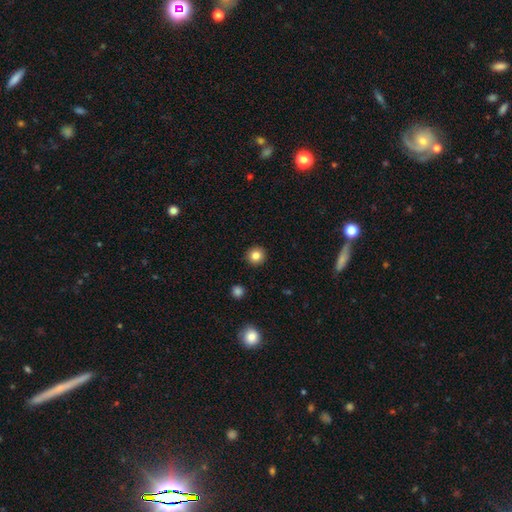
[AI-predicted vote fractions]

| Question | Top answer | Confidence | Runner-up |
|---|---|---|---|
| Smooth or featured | smooth | 84% | star or artifact (11%) |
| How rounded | round | 93% | in between (6%) |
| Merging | none | 92% | minor disturbance (5%) |